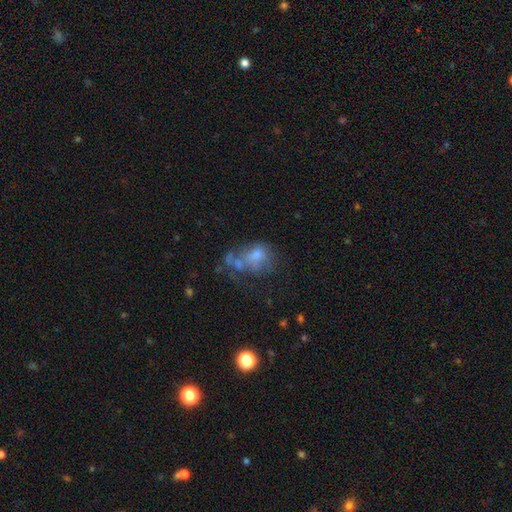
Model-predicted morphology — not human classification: smooth-or-featured: smooth: 43% | featured or disk: 40% | star or artifact: 17%
  merging: major disturbance: 29% | none: 28% | merger: 25% | minor disturbance: 18%